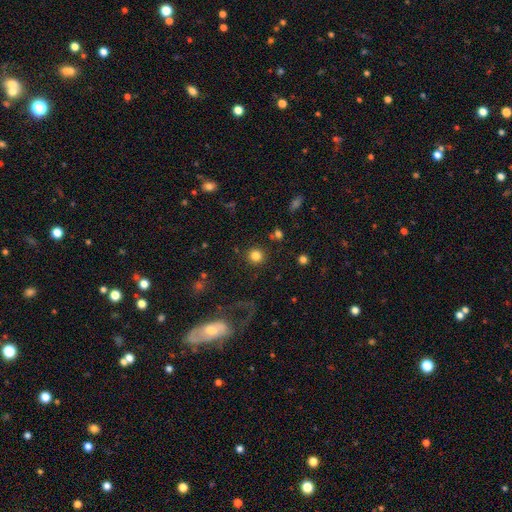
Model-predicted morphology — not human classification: This appears to be a smooth galaxy with no disk features (82%) that is round (93%). Merging: none (89%).